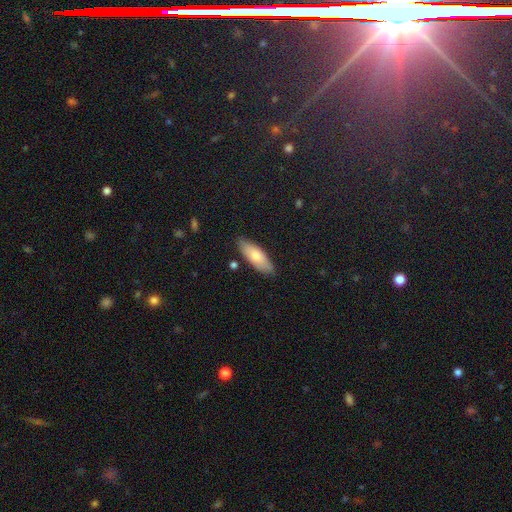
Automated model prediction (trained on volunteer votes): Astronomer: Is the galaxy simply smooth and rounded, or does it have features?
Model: smooth — 72%.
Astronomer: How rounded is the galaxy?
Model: in between — 72%.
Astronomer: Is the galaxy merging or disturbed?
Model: none — 83%.